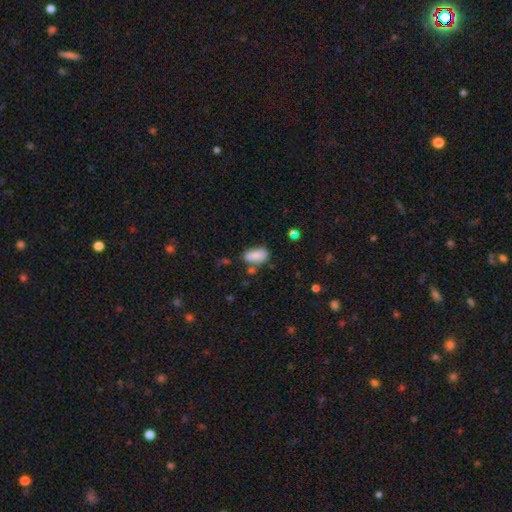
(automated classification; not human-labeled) A smooth galaxy with no disk features (81%) that is in between round and cigar-shaped (86%).

Vote fractions:
- Smooth or featured? smooth: 81% / featured or disk: 10% / star or artifact: 8%
- How rounded? in between: 86% / cigar-shaped: 9% / round: 4%
- Merging? none: 62% / minor disturbance: 21% / merger: 11% / major disturbance: 6%